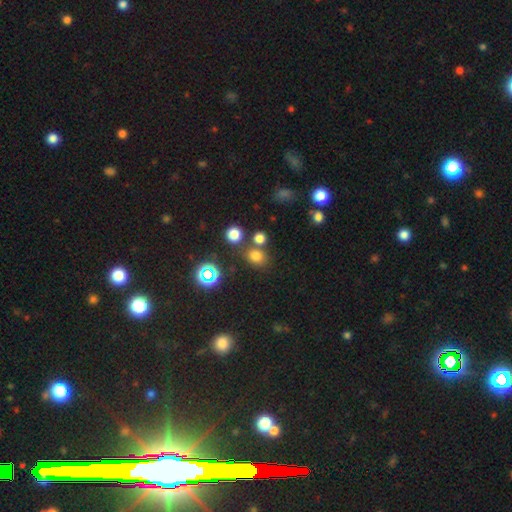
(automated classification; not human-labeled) Smooth or featured?
  - smooth: 71% *
  - star or artifact: 22%
  - featured or disk: 7%
How rounded?
  - round: 61% *
  - in between: 38%
  - cigar-shaped: 1%
Merging?
  - none: 69% *
  - merger: 17%
  - minor disturbance: 10%
  - major disturbance: 4%